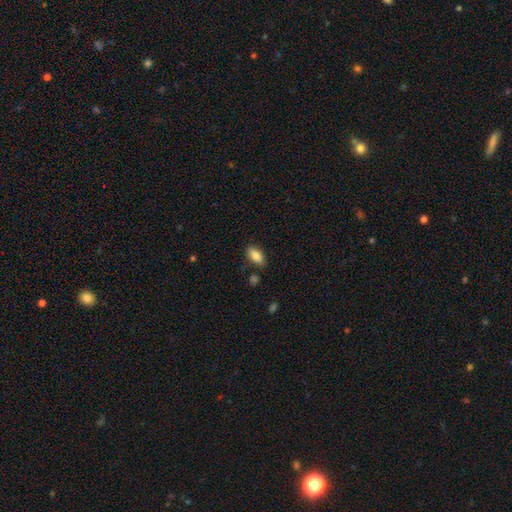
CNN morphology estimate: type=smooth (84%); roundness=in between (89%); merging=none (82%).